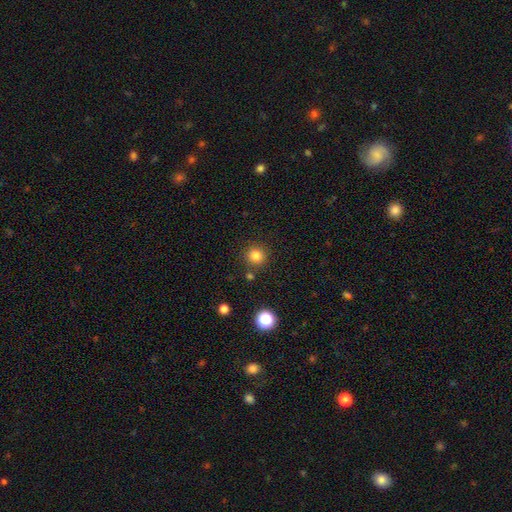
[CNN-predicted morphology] Q: Smooth or featured?
A: smooth (82%); runner-up: star or artifact (13%)
Q: How rounded?
A: round (93%); runner-up: in between (6%)
Q: Merging?
A: none (85%); runner-up: minor disturbance (7%)